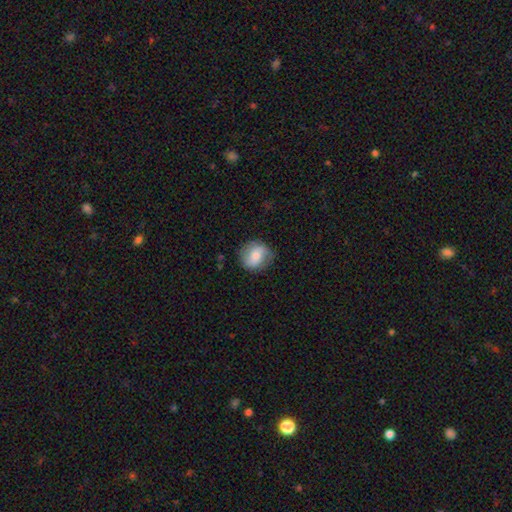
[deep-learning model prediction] Q: Smooth or featured?
A: smooth (64%); runner-up: featured or disk (29%)
Q: How rounded?
A: round (73%); runner-up: in between (26%)
Q: Merging?
A: none (76%); runner-up: minor disturbance (18%)